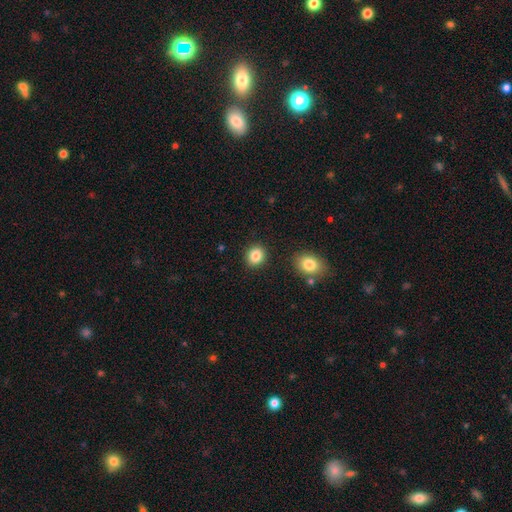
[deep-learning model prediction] Overall: smooth (85%). How rounded: round (72%). Merging: none (89%).